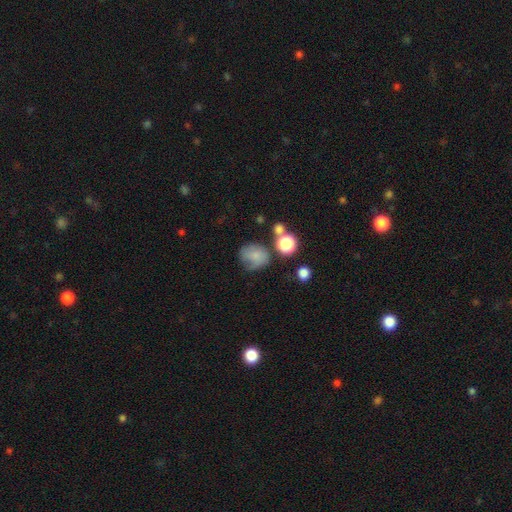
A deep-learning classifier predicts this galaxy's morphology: Overall: smooth (68%). How rounded: round (71%). Merging: none (47%; minor disturbance 28%).